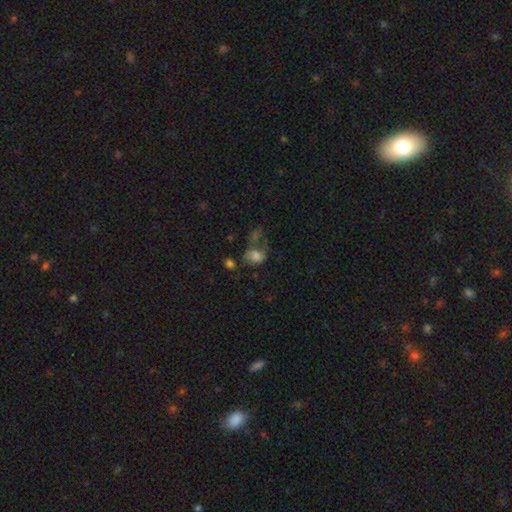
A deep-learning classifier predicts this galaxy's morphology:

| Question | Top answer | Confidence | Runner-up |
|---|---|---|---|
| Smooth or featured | smooth | 62% | featured or disk (23%) |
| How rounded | in between | 60% | round (39%) |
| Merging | major disturbance | 36% | merger (25%) |